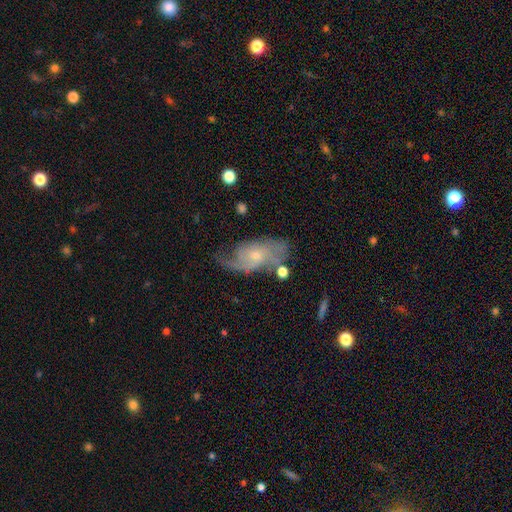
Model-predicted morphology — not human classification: A featured or disk galaxy (75%) with no bar (73%), 2 (47%) medium (40%) spiral arms (90%) and a small central bulge (66%).

Vote fractions:
- Smooth or featured? featured or disk: 75% / smooth: 18% / star or artifact: 7%
- Edge-on disk? no: 93% / yes: 7%
- Bar? no: 73% / weak: 24% / strong: 4%
- Spiral arms? yes: 90% / no: 10%
- Spiral winding? medium: 40% / loose: 32% / tight: 28%
- Spiral arm count? 2: 47% / can't tell: 25% / 1: 12% / 3: 10% / 4: 3% / more than 4: 3%
- Bulge size? small: 66% / moderate: 29% / none: 3% / large: 1% / dominant: 1%
- Merging? none: 53% / minor disturbance: 26% / major disturbance: 16% / merger: 5%